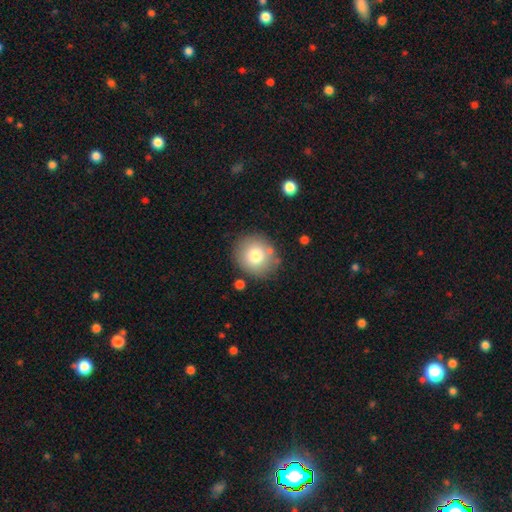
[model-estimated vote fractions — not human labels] Smooth or featured?
  - smooth: 78% *
  - featured or disk: 12%
  - star or artifact: 9%
How rounded?
  - round: 83% *
  - in between: 16%
  - cigar-shaped: 1%
Merging?
  - none: 81% *
  - minor disturbance: 11%
  - merger: 4%
  - major disturbance: 3%